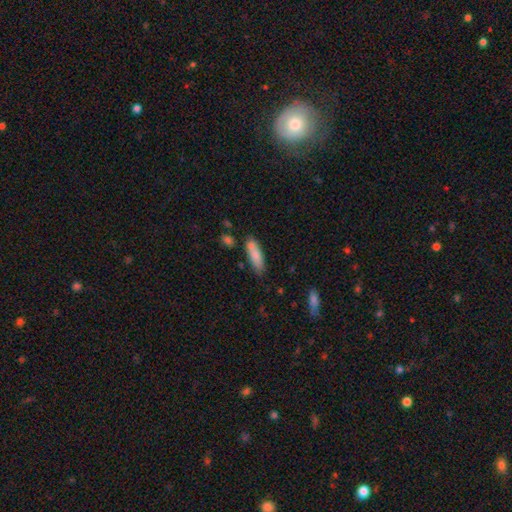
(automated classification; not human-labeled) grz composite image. It shows a smooth galaxy with no disk features (82%) that is cigar-shaped (51%). Merging: none (66%).